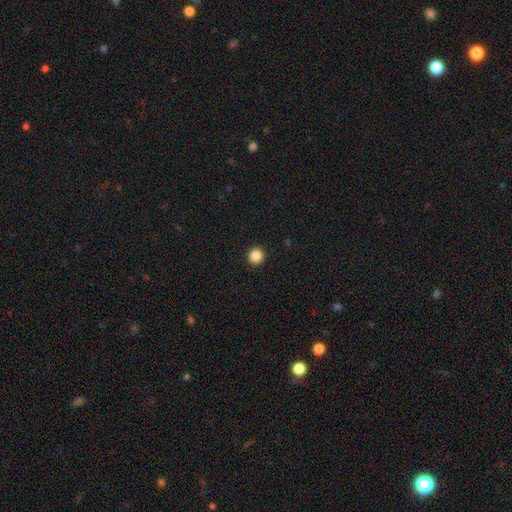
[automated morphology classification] The model was most divided on "smooth or featured": smooth: 86%, star or artifact: 10%, featured or disk: 3%. More confident: how rounded — round (95%); merging — none (94%).